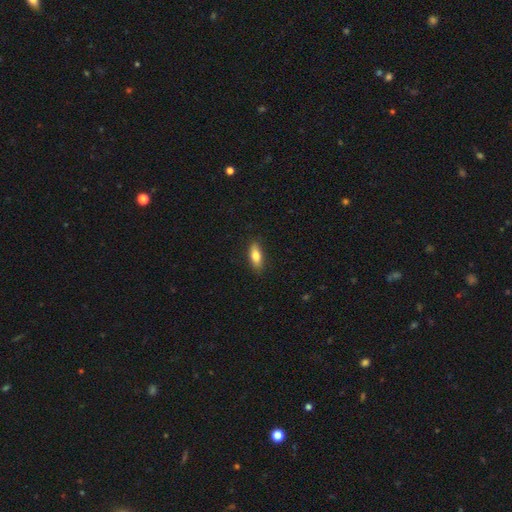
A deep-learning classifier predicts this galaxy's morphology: A smooth galaxy with no disk features (78%) that is in between round and cigar-shaped (66%).

Vote fractions:
- Smooth or featured? smooth: 78% / featured or disk: 16% / star or artifact: 7%
- How rounded? in between: 66% / cigar-shaped: 31% / round: 3%
- Merging? none: 87% / minor disturbance: 10% / major disturbance: 2% / merger: 1%